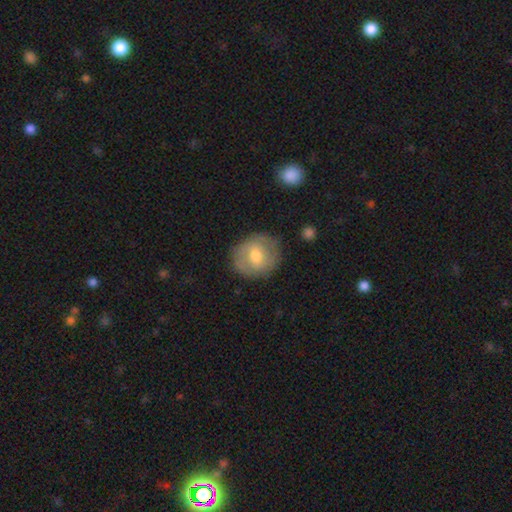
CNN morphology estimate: Smooth or featured?
  - smooth: 54% *
  - featured or disk: 39%
  - star or artifact: 7%
How rounded?
  - round: 78% *
  - in between: 21%
  - cigar-shaped: 1%
Merging?
  - none: 79% *
  - minor disturbance: 15%
  - major disturbance: 4%
  - merger: 1%